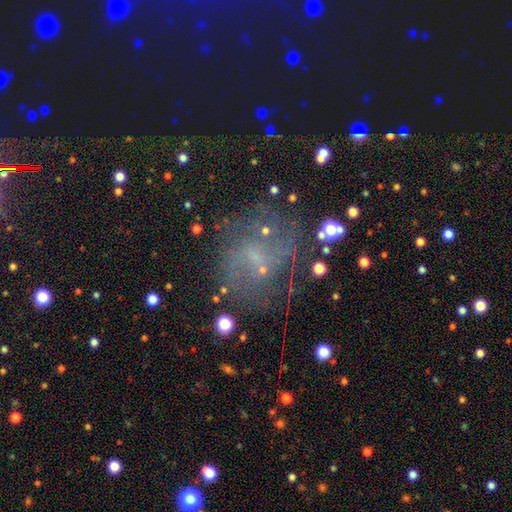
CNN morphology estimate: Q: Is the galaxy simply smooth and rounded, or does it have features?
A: featured or disk — 48%.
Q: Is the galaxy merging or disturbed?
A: none — 56%.